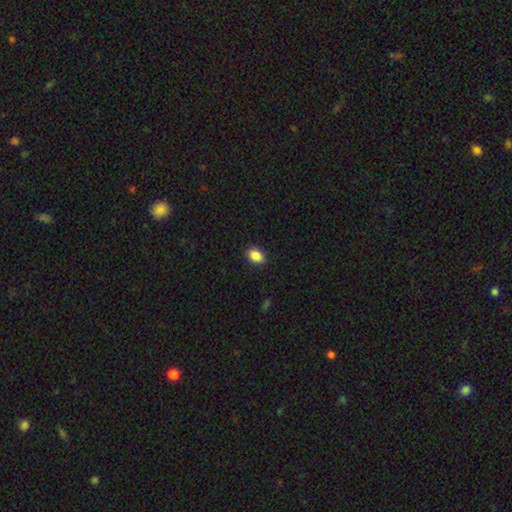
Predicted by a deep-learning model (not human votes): smooth_or_featured: smooth (p=0.88) [alt: star or artifact p=0.08]
how_rounded: in between (p=0.83) [alt: round p=0.15]
merging: none (p=0.89) [alt: minor disturbance p=0.08]